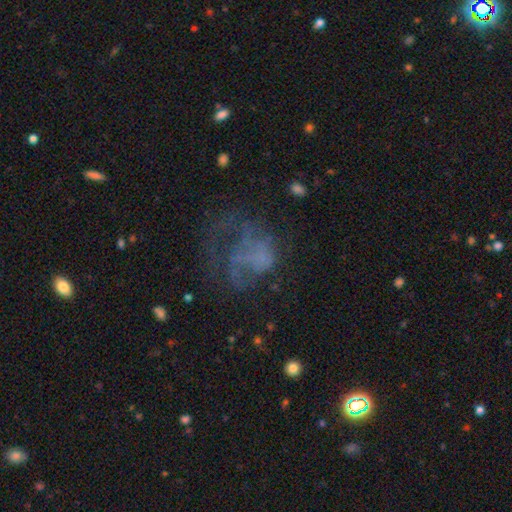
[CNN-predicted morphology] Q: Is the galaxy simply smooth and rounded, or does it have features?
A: featured or disk — 50%.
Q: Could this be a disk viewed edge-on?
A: no — 98%.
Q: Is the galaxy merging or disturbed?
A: major disturbance — 47%.